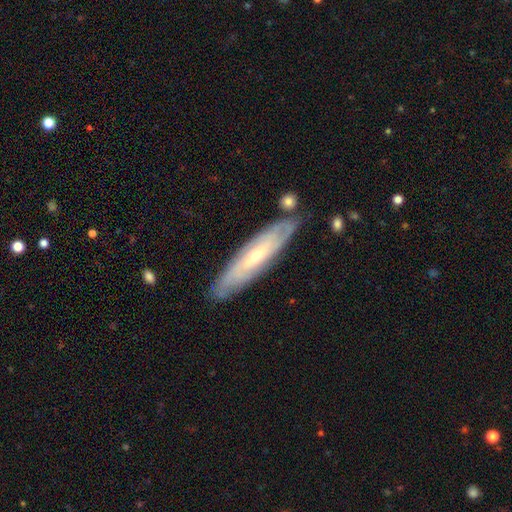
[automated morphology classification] This is likely a featured or disk galaxy (65%). It is possibly not viewed edge-on (57%). Merging: likely none (80%).